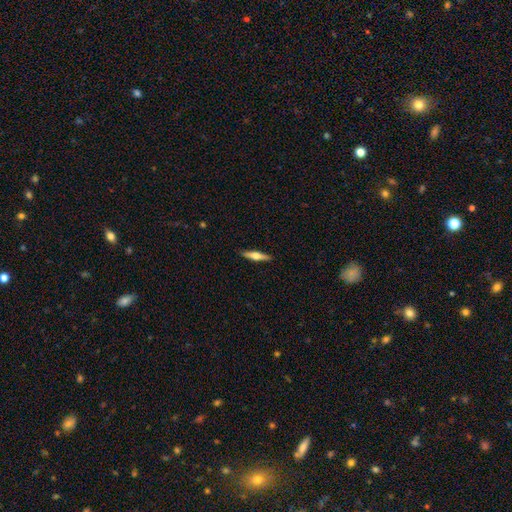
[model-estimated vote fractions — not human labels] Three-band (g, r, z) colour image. It shows a featured or disk galaxy (56%) viewed edge-on (96%) with a rounded central bulge (89%). Merging: none (90%).